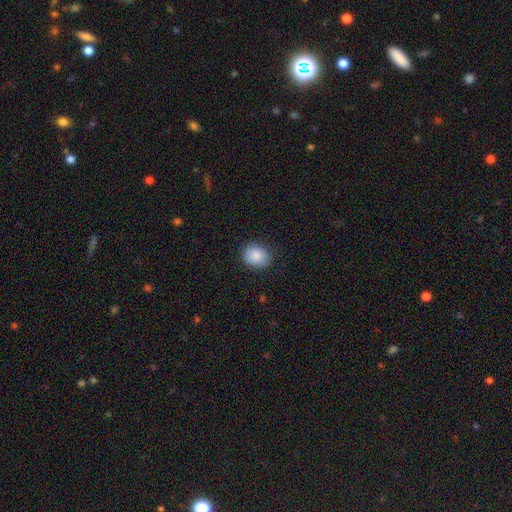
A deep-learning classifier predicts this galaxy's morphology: Q: Smooth or featured?
A: smooth (88%); runner-up: star or artifact (8%)
Q: How rounded?
A: round (57%); runner-up: in between (42%)
Q: Merging?
A: none (85%); runner-up: minor disturbance (11%)